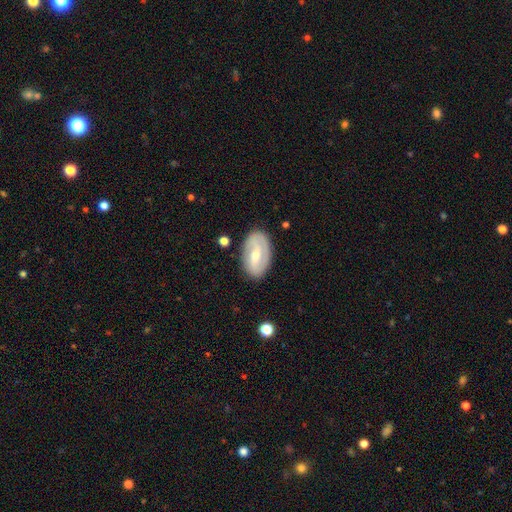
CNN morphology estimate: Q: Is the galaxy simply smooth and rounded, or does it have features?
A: featured or disk — 65%.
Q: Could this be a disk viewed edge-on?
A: no — 94%.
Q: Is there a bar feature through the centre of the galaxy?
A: weak — 48%.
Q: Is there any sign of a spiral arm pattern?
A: yes — 80%.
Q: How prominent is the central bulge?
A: moderate — 49%.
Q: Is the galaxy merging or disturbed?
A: none — 83%.